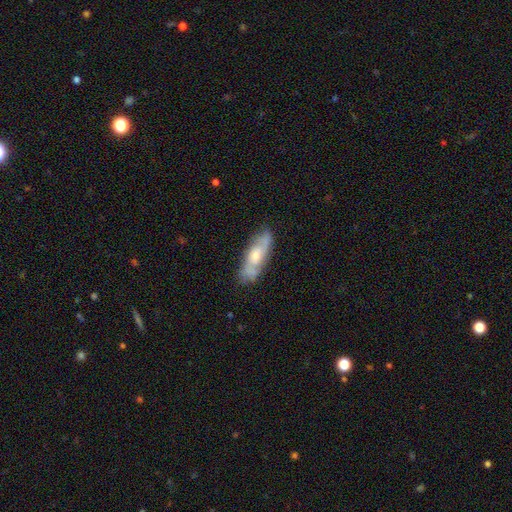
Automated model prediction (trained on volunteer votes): featured or disk 61%, smooth 32%, star or artifact 6%. Down the decision tree: edge-on disk — no (79%); merging — none (76%).